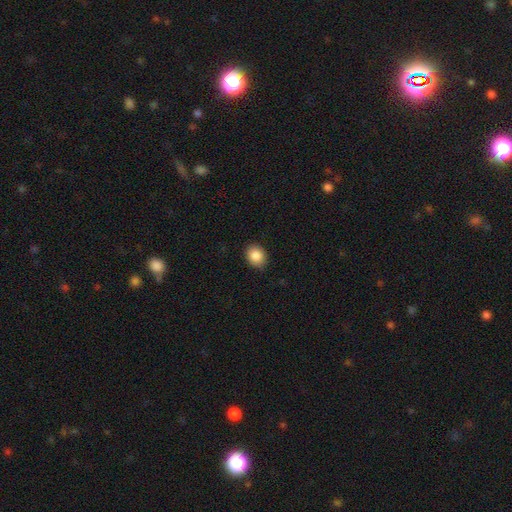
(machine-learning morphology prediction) Smooth or featured: smooth — 88% (star or artifact — 8%)
How rounded: round — 54% (in between — 46%)
Merging: none — 87% (minor disturbance — 10%)